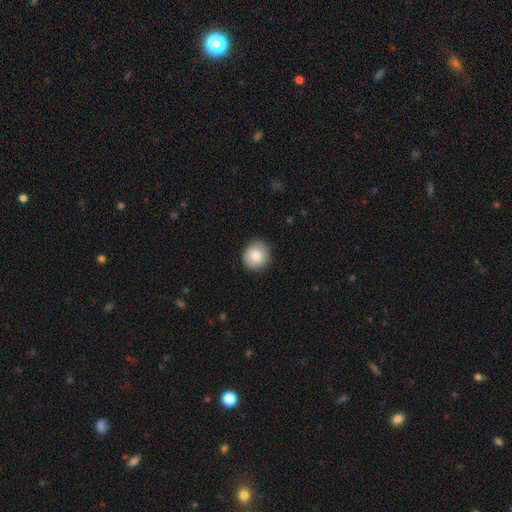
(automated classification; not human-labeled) smooth-or-featured: smooth: 85% | featured or disk: 8% | star or artifact: 8%
  how-rounded: round: 89% | in between: 10% | cigar-shaped: 1%
  merging: none: 87% | minor disturbance: 10% | major disturbance: 2% | merger: 1%